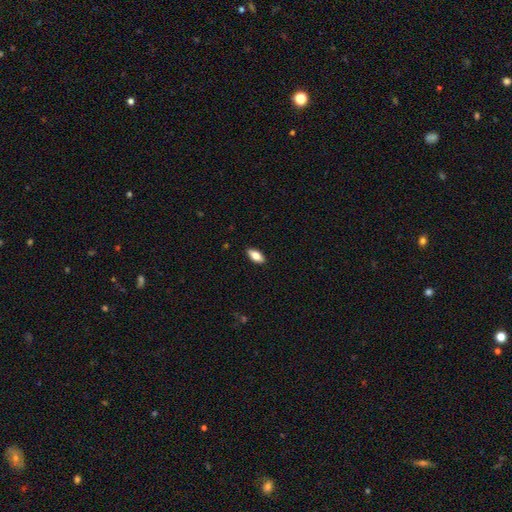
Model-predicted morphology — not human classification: Overall: smooth (79%). How rounded: in between (87%). Merging: none (89%).